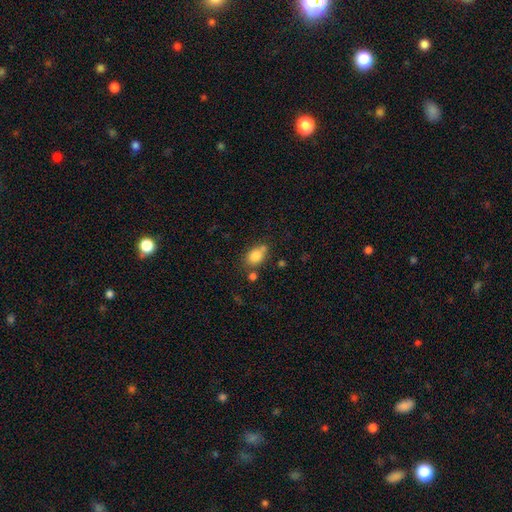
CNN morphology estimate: smooth-or-featured: smooth: 82% | star or artifact: 9% | featured or disk: 9%
  how-rounded: in between: 72% | round: 26% | cigar-shaped: 2%
  merging: none: 56% | minor disturbance: 20% | merger: 17% | major disturbance: 6%